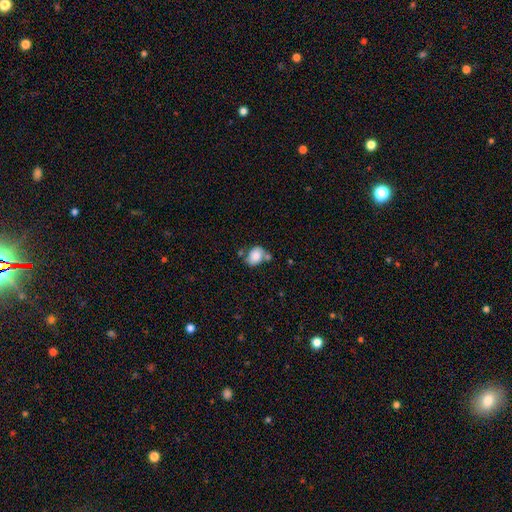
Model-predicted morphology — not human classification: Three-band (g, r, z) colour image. It shows a smooth galaxy with no disk features (76%) that is in between round and cigar-shaped (69%). Merging: none (48%).